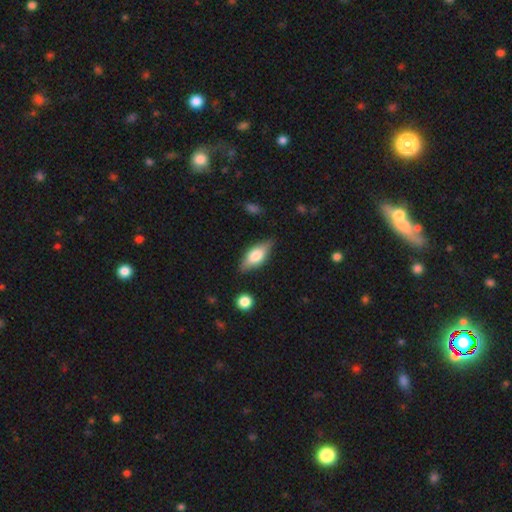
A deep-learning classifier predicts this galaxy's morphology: Q: Smooth or featured?
A: smooth (58%); runner-up: featured or disk (36%)
Q: How rounded?
A: in between (74%); runner-up: cigar-shaped (23%)
Q: Merging?
A: none (80%); runner-up: minor disturbance (15%)